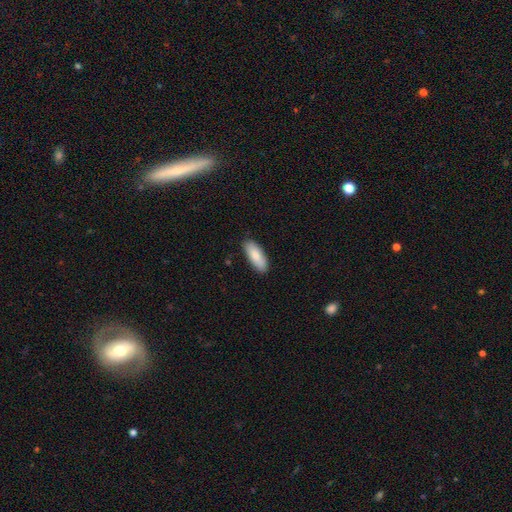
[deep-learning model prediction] This appears to be a smooth galaxy with no disk features (85%) that is in between round and cigar-shaped (77%). Merging: none (86%).